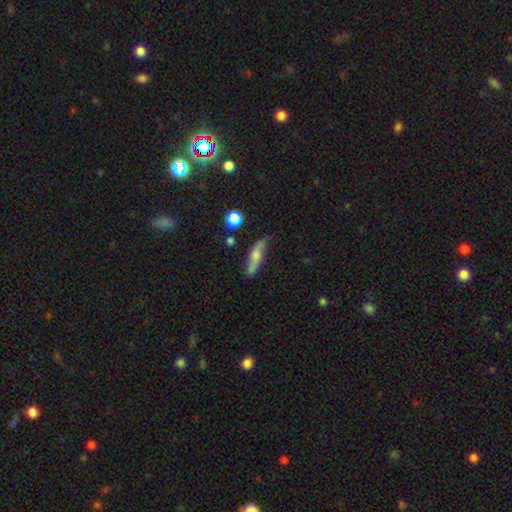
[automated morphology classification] type=featured or disk (54%); edge-on=no (54%); merging=none (69%).